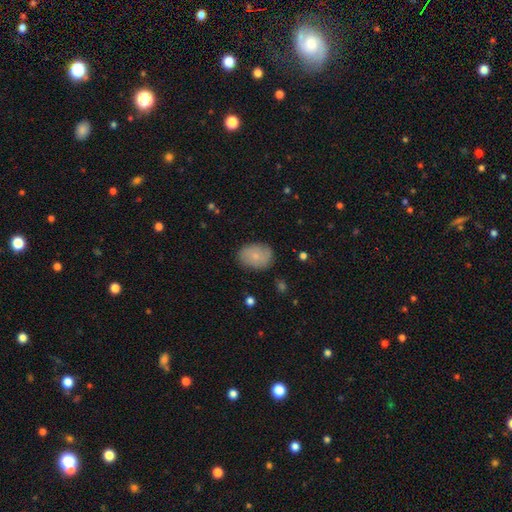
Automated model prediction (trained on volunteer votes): This appears to be a smooth galaxy with no disk features (71%) that is in between round and cigar-shaped (71%). Merging: none (78%).